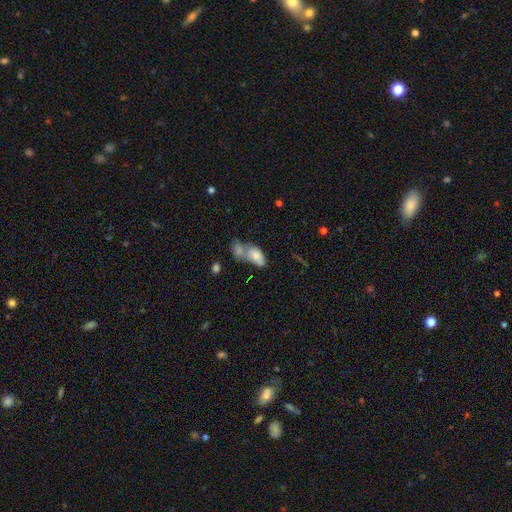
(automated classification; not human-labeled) smooth_or_featured: smooth (p=0.78) [alt: featured or disk p=0.14]
how_rounded: in between (p=0.90) [alt: round p=0.06]
merging: merger (p=0.60) [alt: none p=0.23]